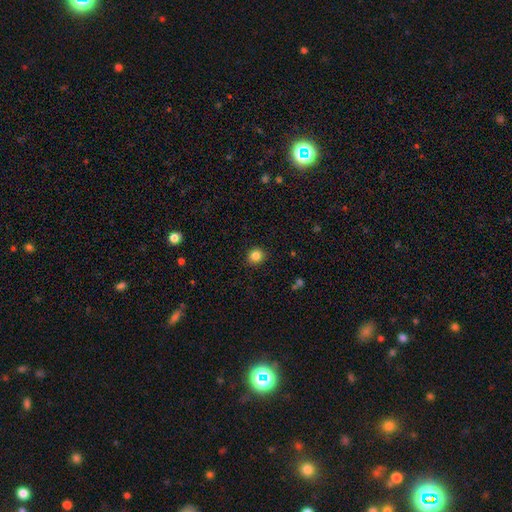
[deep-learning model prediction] smooth 84%, star or artifact 11%, featured or disk 5%. Down the decision tree: how rounded — round (87%); merging — none (91%).